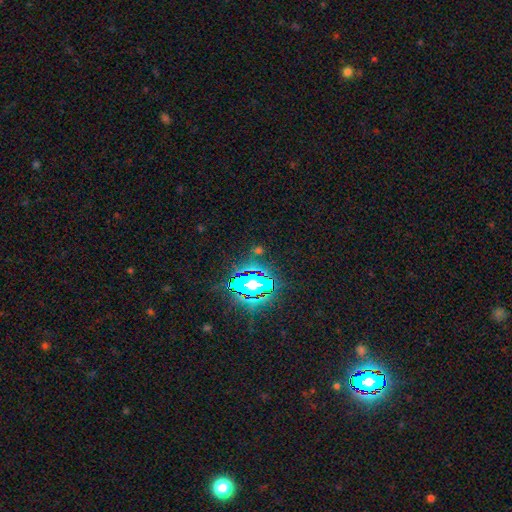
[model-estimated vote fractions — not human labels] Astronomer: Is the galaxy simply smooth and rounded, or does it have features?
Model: star or artifact — 67%.